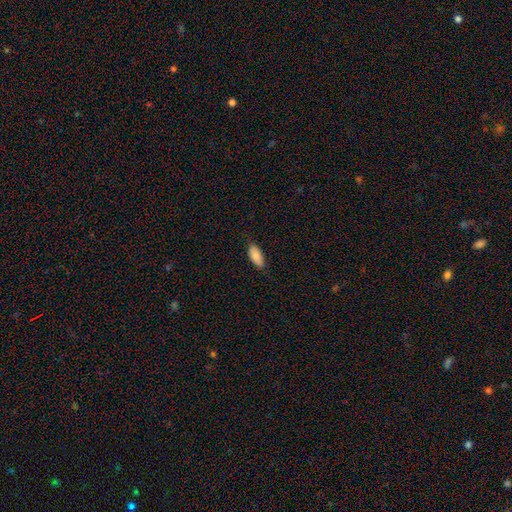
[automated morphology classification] This is clearly a smooth galaxy (87%). How rounded: clearly in between (90%). Merging: clearly none (83%).